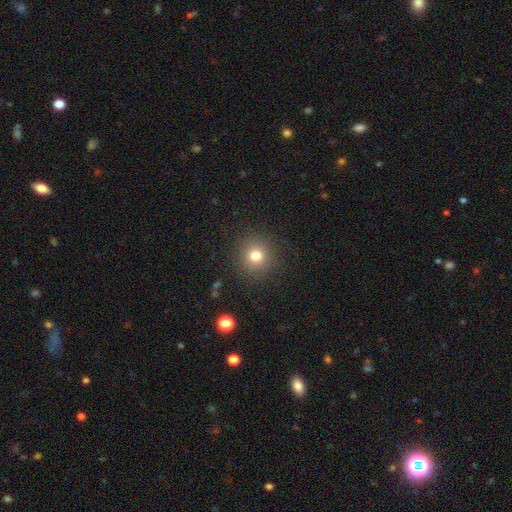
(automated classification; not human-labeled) A smooth galaxy with no disk features (77%) that is round (93%). Merging: none (89%).